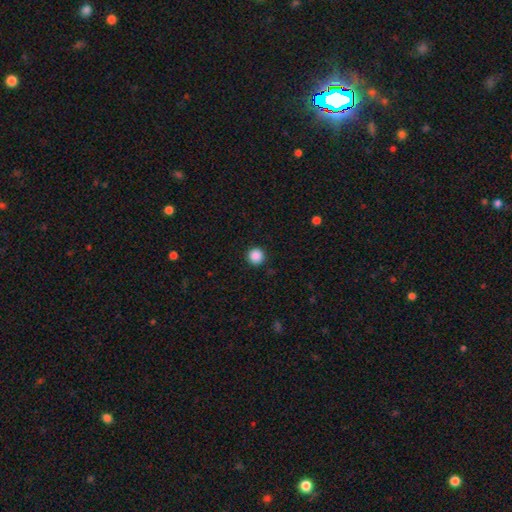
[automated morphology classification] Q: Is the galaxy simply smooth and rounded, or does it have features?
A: smooth — 87%.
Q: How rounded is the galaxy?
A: round — 96%.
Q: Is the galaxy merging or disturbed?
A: none — 92%.